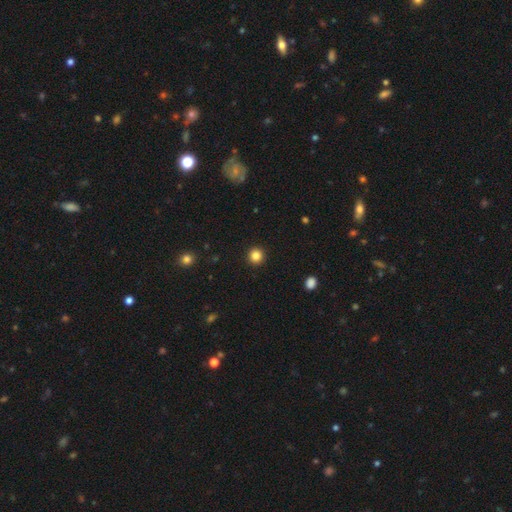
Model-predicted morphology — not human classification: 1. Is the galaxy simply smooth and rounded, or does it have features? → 85% smooth, 11% star or artifact, 4% featured or disk.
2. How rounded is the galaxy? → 94% round, 5% in between, 1% cigar-shaped.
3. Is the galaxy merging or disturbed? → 93% none, 4% minor disturbance, 2% major disturbance, 1% merger.